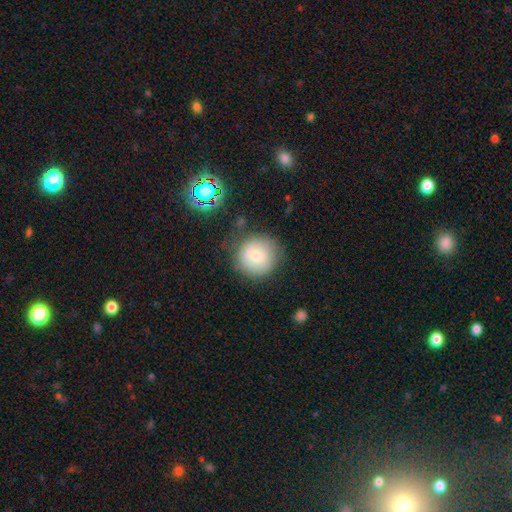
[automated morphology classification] Smooth or featured? smooth (75%)
How rounded? round (94%)
Merging? none (77%)